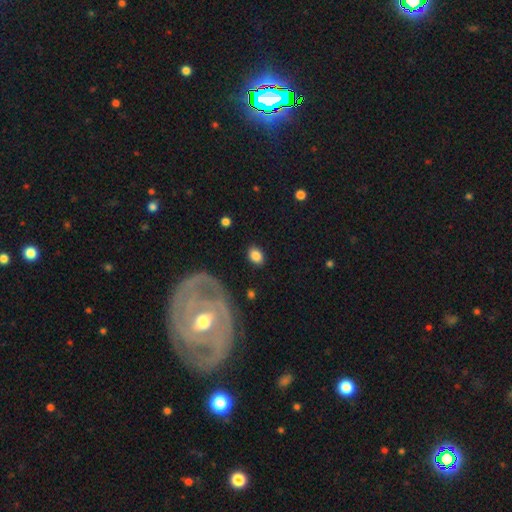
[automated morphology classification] Overall: smooth (82%). How rounded: in between (78%). Merging: none (84%).